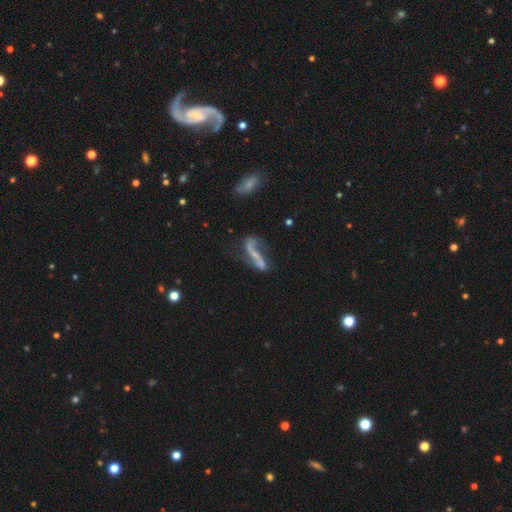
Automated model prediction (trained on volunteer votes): Q: Smooth or featured?
A: featured or disk (62%); runner-up: smooth (26%)
Q: Edge-on disk?
A: no (82%); runner-up: yes (18%)
Q: Bar?
A: no (43%); runner-up: strong (35%)
Q: Spiral arms?
A: yes (60%); runner-up: no (40%)
Q: Bulge size?
A: none (57%); runner-up: small (31%)
Q: Merging?
A: none (34%); runner-up: major disturbance (30%)